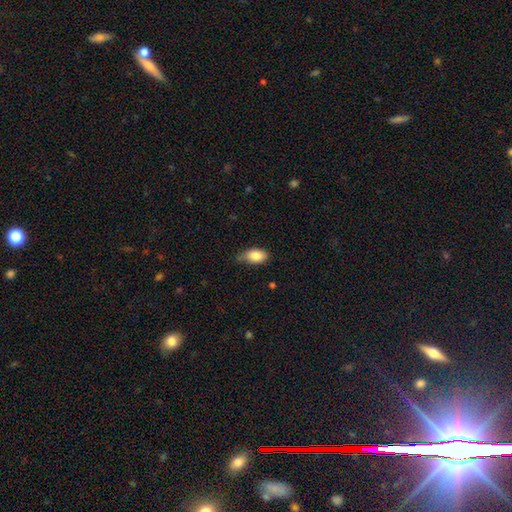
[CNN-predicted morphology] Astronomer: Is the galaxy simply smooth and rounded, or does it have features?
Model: smooth — 85%.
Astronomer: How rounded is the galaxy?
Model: in between — 91%.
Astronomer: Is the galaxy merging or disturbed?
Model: none — 55% (runner-up: minor disturbance, 37%).